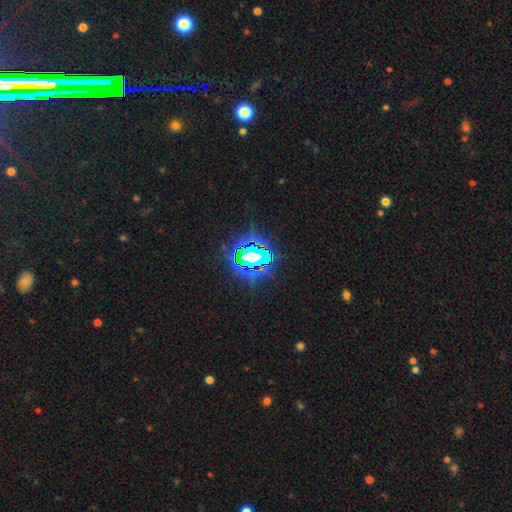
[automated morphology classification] This appears to be a star or artifact, not a galaxy (78%).